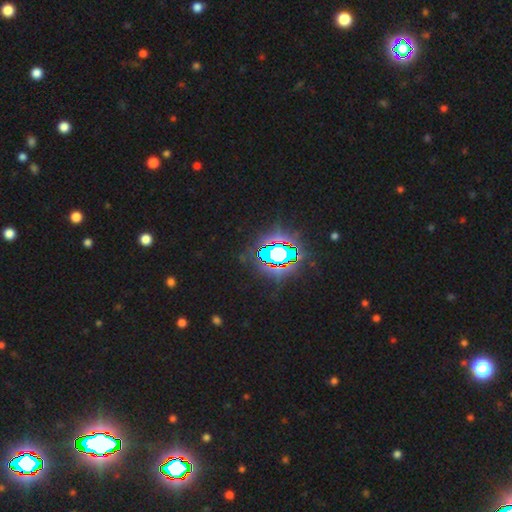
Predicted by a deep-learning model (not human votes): Overall: star or artifact (79%).